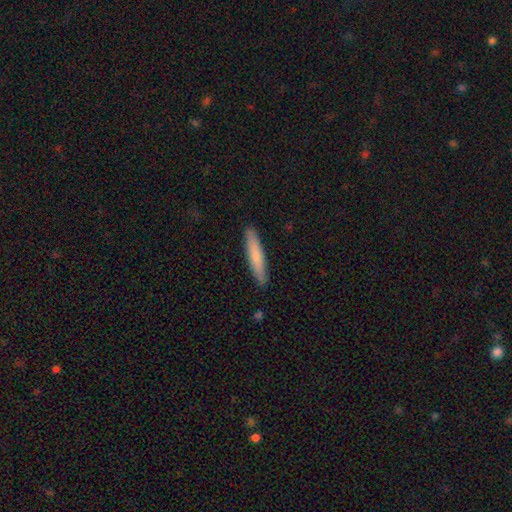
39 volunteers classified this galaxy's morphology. smooth 87%, featured or disk 8%, star or artifact 5%. Down the decision tree: how rounded — cigar-shaped (100%); merging — none (89%).